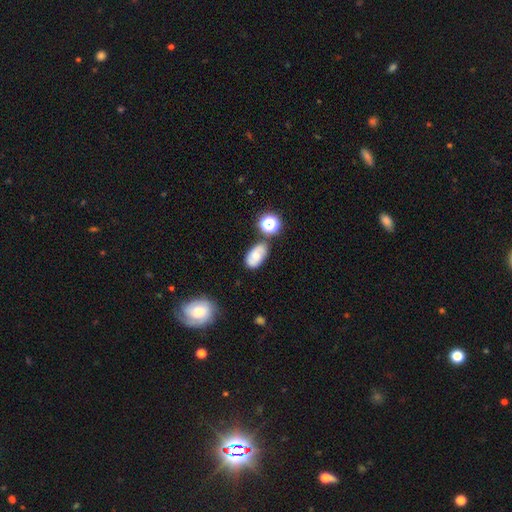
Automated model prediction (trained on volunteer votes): smooth 51%, featured or disk 36%, star or artifact 13%. Down the decision tree: how rounded — in between (87%); merging — none (70%).